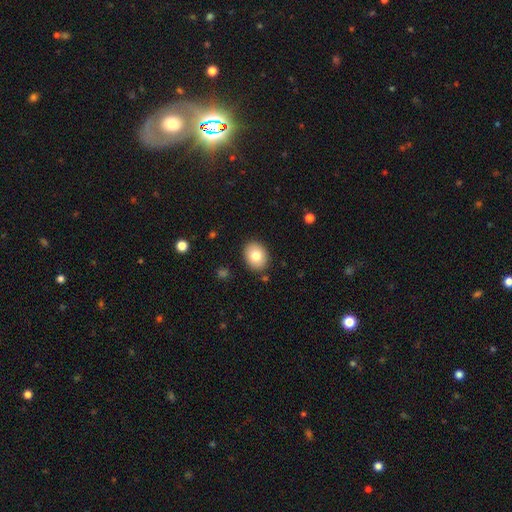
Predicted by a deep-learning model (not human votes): Q: Smooth or featured?
A: smooth (79%); runner-up: featured or disk (13%)
Q: How rounded?
A: in between (55%); runner-up: round (44%)
Q: Merging?
A: none (88%); runner-up: minor disturbance (8%)